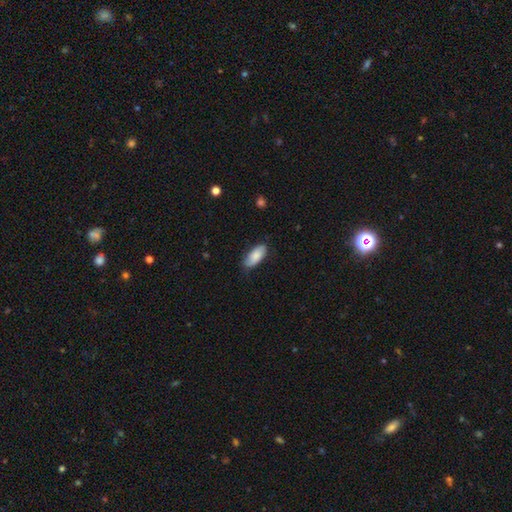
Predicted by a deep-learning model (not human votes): A smooth galaxy with no disk features (80%) that is in between round and cigar-shaped (87%).

Vote fractions:
- Smooth or featured? smooth: 80% / featured or disk: 14% / star or artifact: 6%
- How rounded? in between: 87% / cigar-shaped: 11% / round: 2%
- Merging? none: 79% / minor disturbance: 17% / major disturbance: 3% / merger: 1%